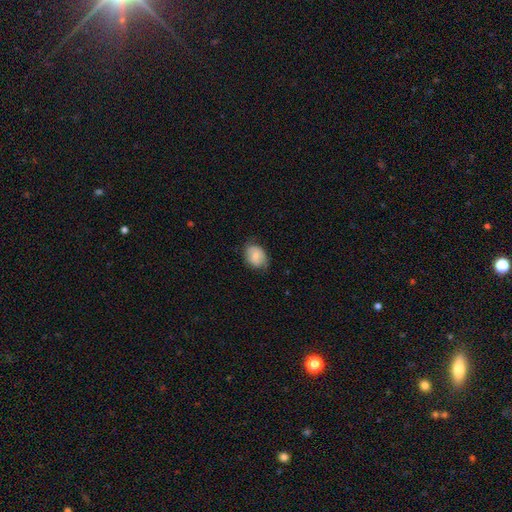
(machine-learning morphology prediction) Overall: smooth (73%). How rounded: in between (59%; round 40%). Merging: none (70%).